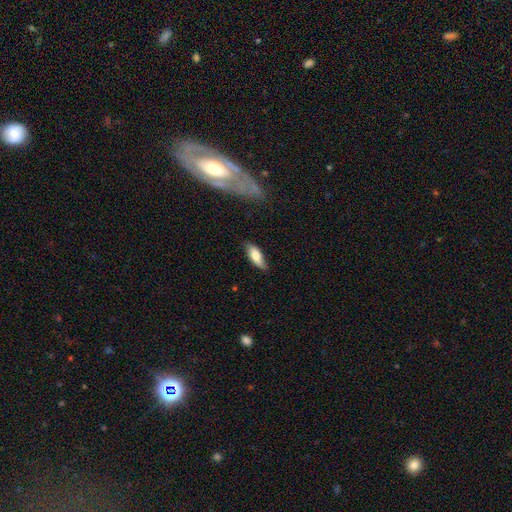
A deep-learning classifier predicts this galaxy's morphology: Q: Smooth or featured?
A: smooth (74%); runner-up: featured or disk (20%)
Q: How rounded?
A: in between (66%); runner-up: cigar-shaped (32%)
Q: Merging?
A: none (75%); runner-up: minor disturbance (20%)